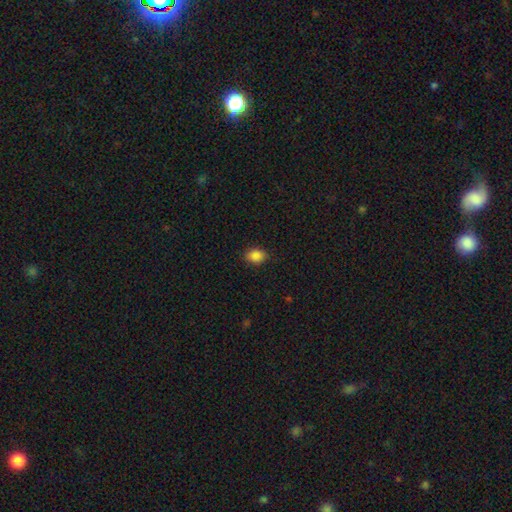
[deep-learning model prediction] smooth_or_featured: smooth (p=0.87) [alt: star or artifact p=0.10]
how_rounded: in between (p=0.65) [alt: round p=0.34]
merging: none (p=0.87) [alt: minor disturbance p=0.10]